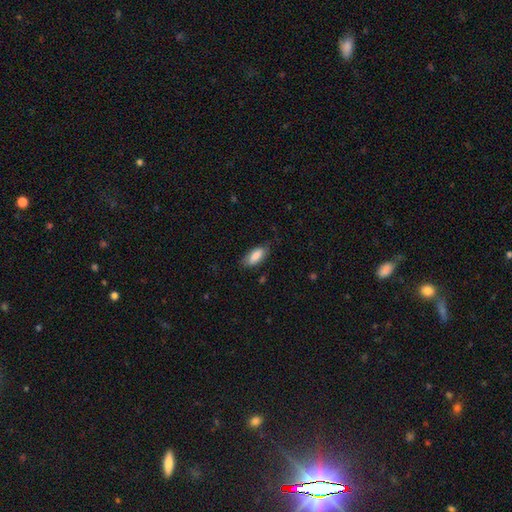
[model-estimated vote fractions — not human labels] Smooth or featured?
  - smooth: 82% *
  - featured or disk: 12%
  - star or artifact: 6%
How rounded?
  - in between: 87% *
  - cigar-shaped: 11%
  - round: 2%
Merging?
  - none: 71% *
  - minor disturbance: 23%
  - major disturbance: 5%
  - merger: 1%